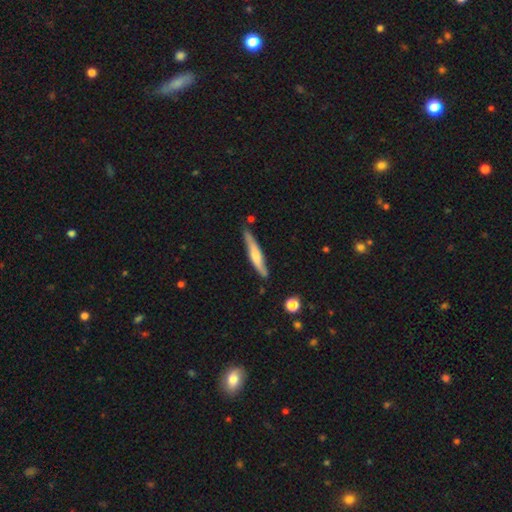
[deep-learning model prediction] Smooth or featured?
  - smooth: 54% *
  - featured or disk: 41%
  - star or artifact: 5%
How rounded?
  - cigar-shaped: 91% *
  - in between: 7%
  - round: 1%
Merging?
  - none: 78% *
  - minor disturbance: 16%
  - merger: 3%
  - major disturbance: 3%